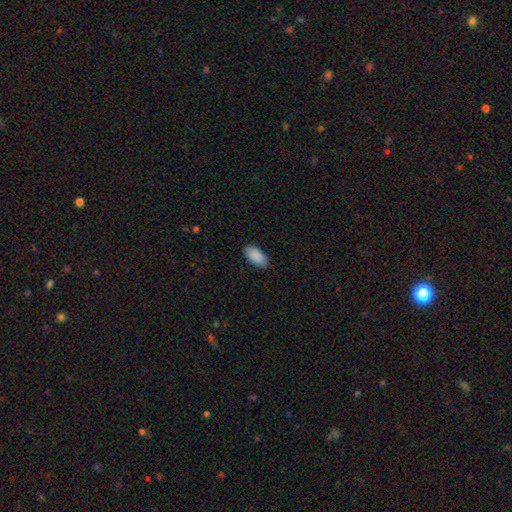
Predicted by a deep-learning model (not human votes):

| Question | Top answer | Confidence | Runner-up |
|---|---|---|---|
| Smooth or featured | smooth | 91% | star or artifact (6%) |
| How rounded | in between | 94% | cigar-shaped (4%) |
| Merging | none | 88% | minor disturbance (9%) |